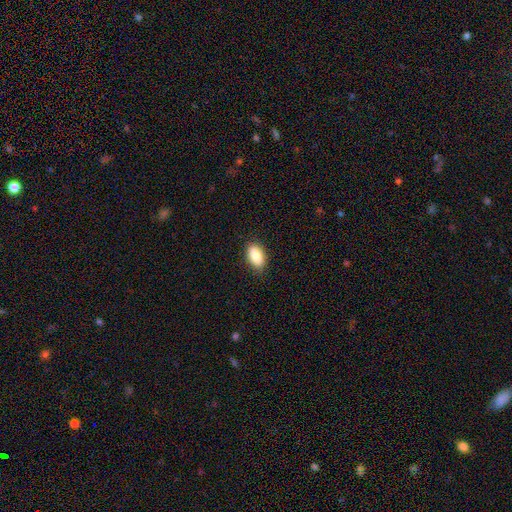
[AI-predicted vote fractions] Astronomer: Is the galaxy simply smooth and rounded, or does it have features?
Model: smooth — 87%.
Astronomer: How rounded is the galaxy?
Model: in between — 92%.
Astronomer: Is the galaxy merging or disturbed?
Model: none — 87%.